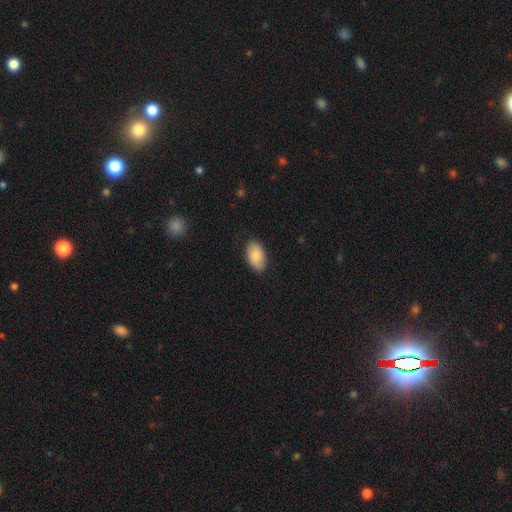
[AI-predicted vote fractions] Smooth or featured: smooth — 81% (featured or disk — 13%)
How rounded: in between — 94% (round — 5%)
Merging: none — 86% (minor disturbance — 11%)